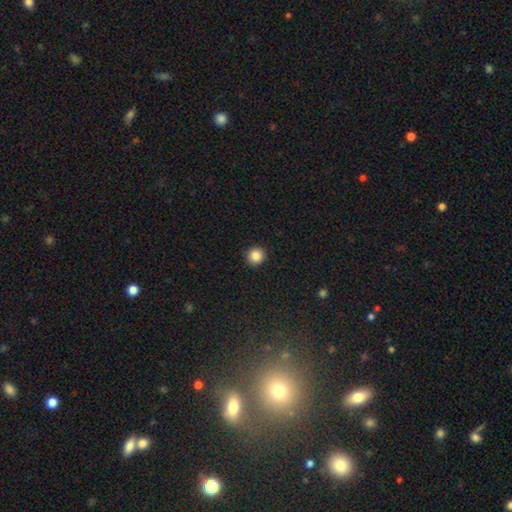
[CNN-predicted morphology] This is clearly a smooth galaxy (86%). How rounded: clearly round (93%). Merging: clearly none (92%).